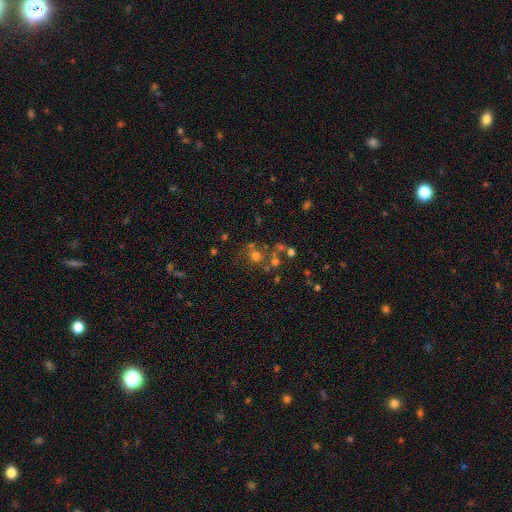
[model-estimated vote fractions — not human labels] Overall: smooth (57%; star or artifact 24%). How rounded: round (85%). Merging: none (58%; merger 24%).